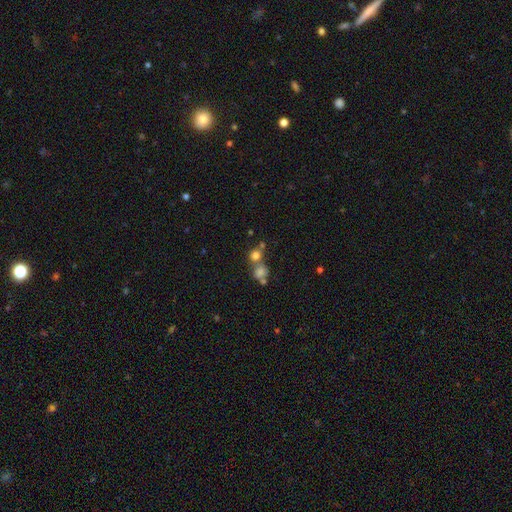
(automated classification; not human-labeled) A smooth galaxy with no disk features (74%) that is round (85%).

Vote fractions:
- Smooth or featured? smooth: 74% / star or artifact: 16% / featured or disk: 10%
- How rounded? round: 85% / in between: 14% / cigar-shaped: 1%
- Merging? none: 49% / merger: 39% / minor disturbance: 7% / major disturbance: 4%